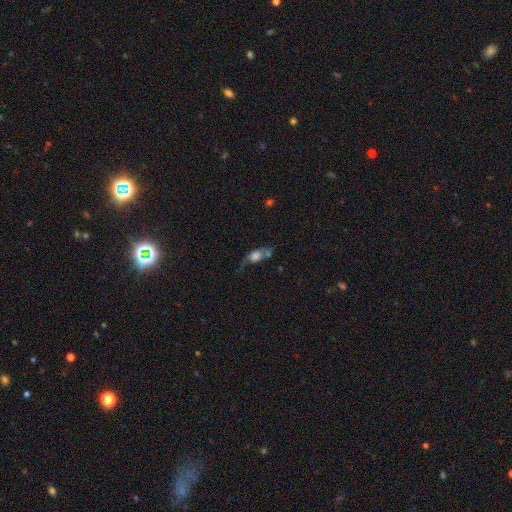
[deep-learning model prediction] Q: Smooth or featured?
A: smooth (47%); runner-up: featured or disk (42%)
Q: Merging?
A: none (34%); runner-up: major disturbance (28%)